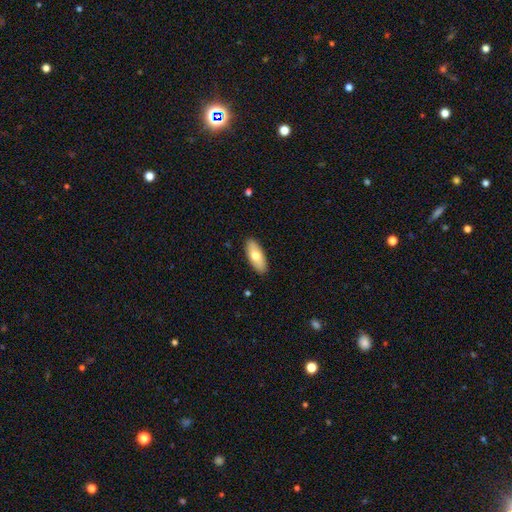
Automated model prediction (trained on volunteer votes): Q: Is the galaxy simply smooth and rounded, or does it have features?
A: smooth — 70%.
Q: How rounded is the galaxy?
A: in between — 85%.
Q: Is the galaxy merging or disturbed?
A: none — 89%.